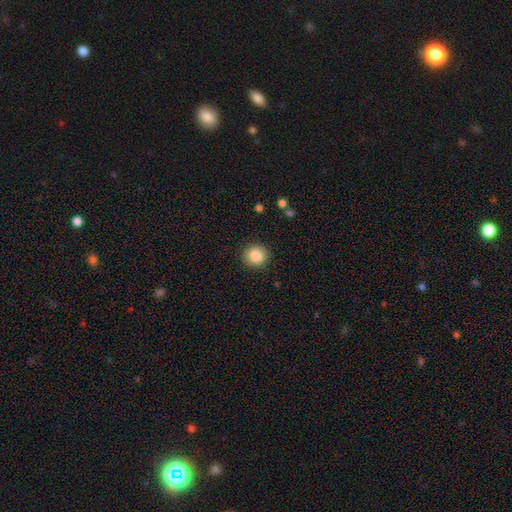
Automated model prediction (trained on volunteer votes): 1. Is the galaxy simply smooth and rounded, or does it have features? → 86% smooth, 9% star or artifact, 5% featured or disk.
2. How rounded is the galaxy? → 86% round, 14% in between, 1% cigar-shaped.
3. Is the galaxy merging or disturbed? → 89% none, 7% minor disturbance, 2% major disturbance, 1% merger.